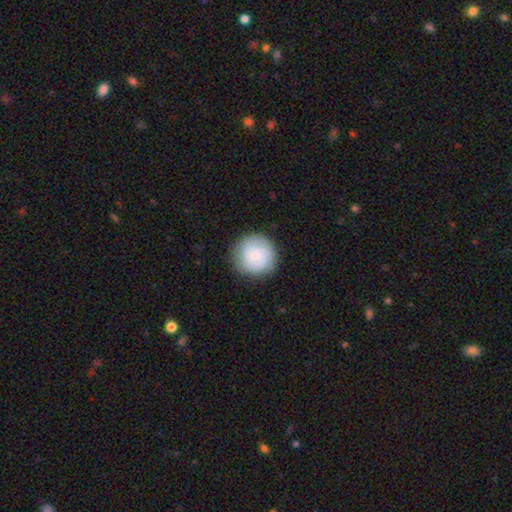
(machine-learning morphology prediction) smooth_or_featured: smooth (p=0.55) [alt: featured or disk p=0.39]
how_rounded: round (p=0.94) [alt: in between p=0.05]
merging: none (p=0.84) [alt: minor disturbance p=0.12]